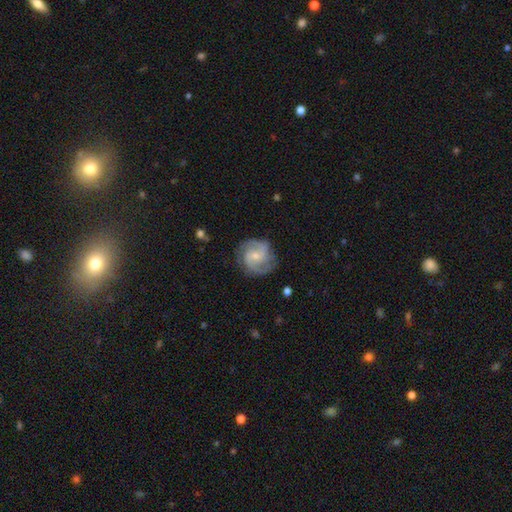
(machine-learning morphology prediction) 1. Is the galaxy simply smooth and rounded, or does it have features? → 80% featured or disk, 14% smooth, 5% star or artifact.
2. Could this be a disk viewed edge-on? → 98% no, 2% yes.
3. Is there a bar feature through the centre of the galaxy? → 46% no, 45% weak, 9% strong.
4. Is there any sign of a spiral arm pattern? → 96% yes, 4% no.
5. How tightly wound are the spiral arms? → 52% medium, 30% tight, 18% loose.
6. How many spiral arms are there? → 72% 2, 11% 3, 9% can't tell, 3% 1, 2% 4, 2% more than 4.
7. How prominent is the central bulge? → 63% small, 31% moderate, 4% none, 2% large, 1% dominant.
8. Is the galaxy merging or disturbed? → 75% none, 17% minor disturbance, 6% major disturbance, 1% merger.